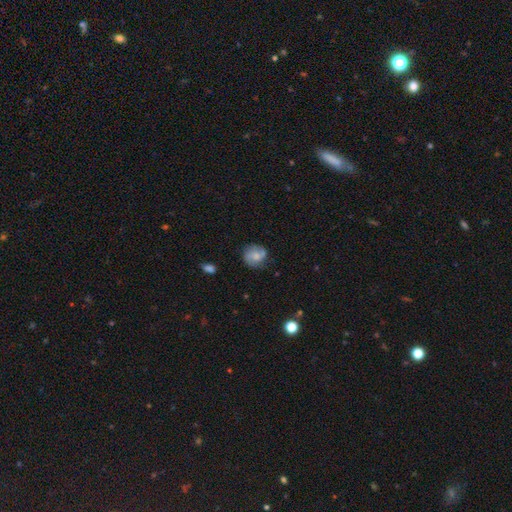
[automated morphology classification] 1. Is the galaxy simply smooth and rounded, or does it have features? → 50% smooth, 41% featured or disk, 9% star or artifact.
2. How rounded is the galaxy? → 77% round, 22% in between, 1% cigar-shaped.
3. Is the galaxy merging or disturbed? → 70% none, 21% minor disturbance, 6% major disturbance, 4% merger.